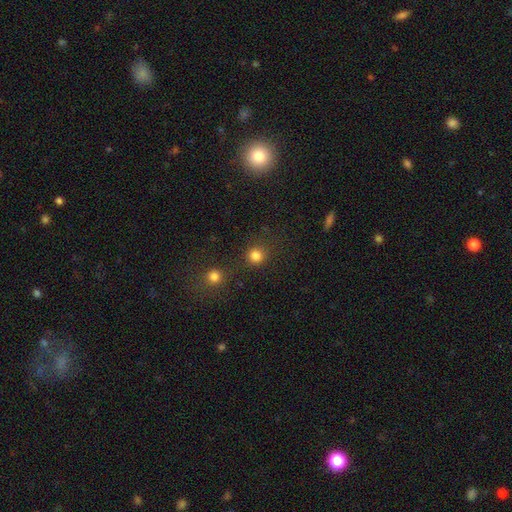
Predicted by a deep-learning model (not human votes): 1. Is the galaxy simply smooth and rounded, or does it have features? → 81% smooth, 15% star or artifact, 4% featured or disk.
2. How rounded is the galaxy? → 92% round, 7% in between, 1% cigar-shaped.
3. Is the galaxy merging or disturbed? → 77% none, 11% merger, 8% minor disturbance, 4% major disturbance.